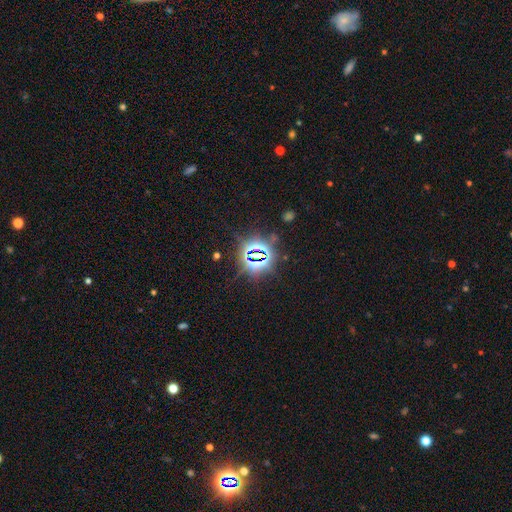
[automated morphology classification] Smooth or featured: star or artifact — 81% (smooth — 12%)